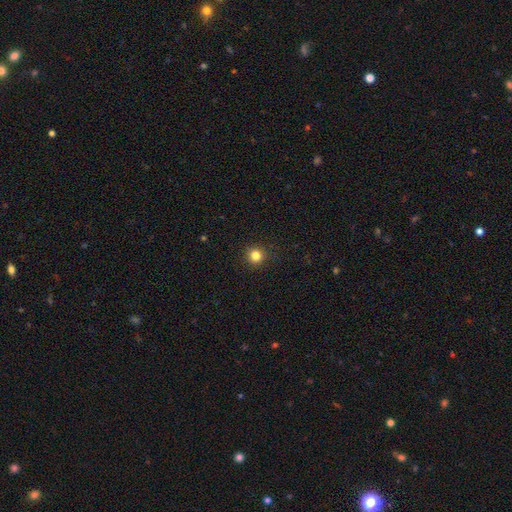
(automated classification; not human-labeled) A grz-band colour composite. It shows a smooth galaxy with no disk features (82%) that is round (94%). Merging: none (92%).